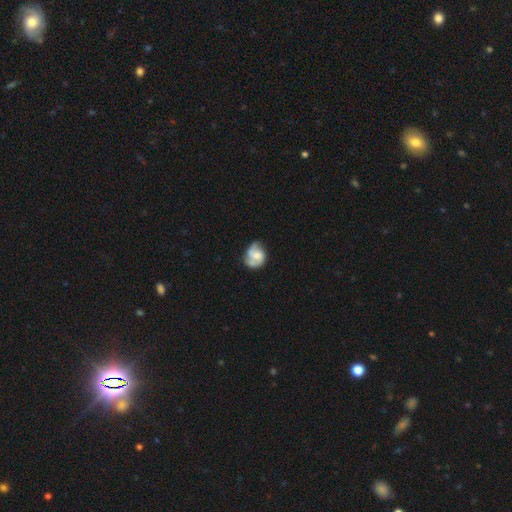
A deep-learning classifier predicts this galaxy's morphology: Smooth or featured?
  - featured or disk: 53% *
  - smooth: 40%
  - star or artifact: 7%
Edge-on disk?
  - no: 98% *
  - yes: 2%
Bar?
  - no: 69% *
  - weak: 26%
  - strong: 5%
Spiral arms?
  - yes: 72% *
  - no: 28%
Bulge size?
  - moderate: 38% *
  - small: 27%
  - none: 20%
  - large: 12%
  - dominant: 2%
Merging?
  - none: 45% *
  - minor disturbance: 29%
  - major disturbance: 17%
  - merger: 8%